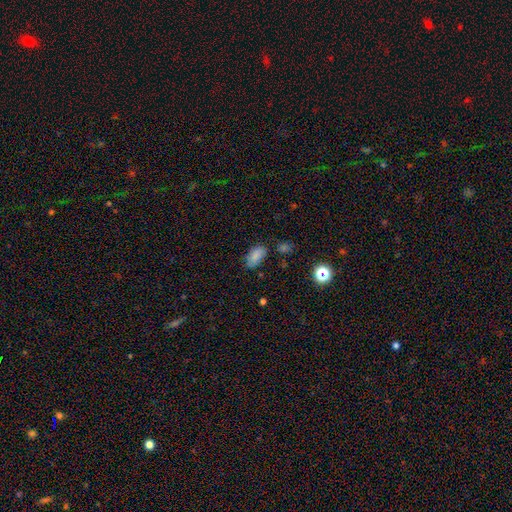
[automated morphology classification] Smooth or featured?
  - smooth: 81% *
  - star or artifact: 11%
  - featured or disk: 8%
How rounded?
  - in between: 93% *
  - round: 5%
  - cigar-shaped: 3%
Merging?
  - none: 71% *
  - minor disturbance: 20%
  - major disturbance: 5%
  - merger: 4%